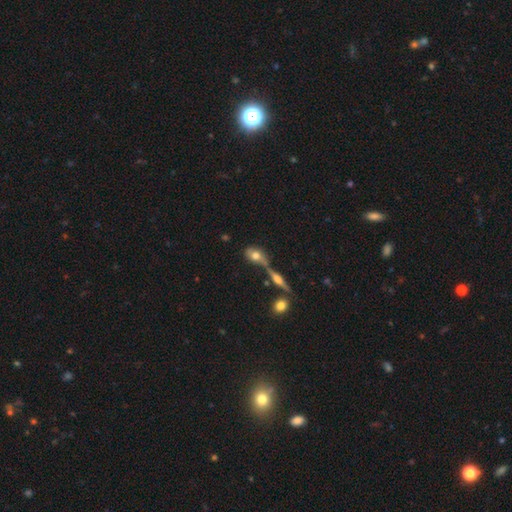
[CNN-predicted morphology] Smooth or featured? Predicted: smooth (p=0.64). How rounded? Predicted: in between (p=0.67). Merging? Predicted: none (p=0.41).